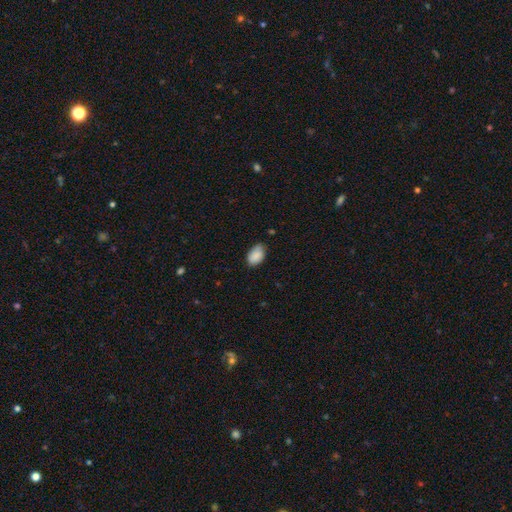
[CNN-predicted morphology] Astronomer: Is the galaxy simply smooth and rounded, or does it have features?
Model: smooth — 88%.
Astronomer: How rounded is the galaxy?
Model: in between — 91%.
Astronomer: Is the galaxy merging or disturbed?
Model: none — 70%.